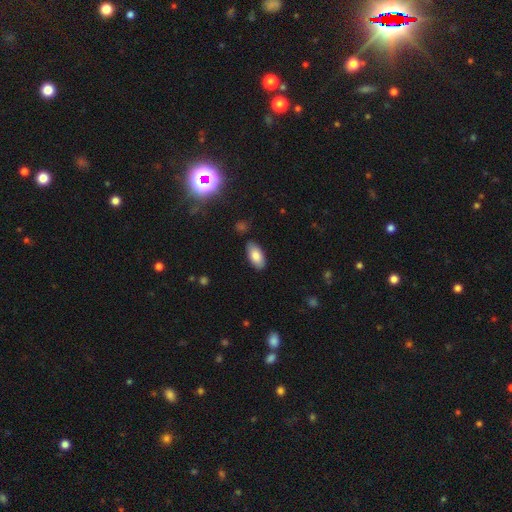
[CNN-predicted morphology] A smooth galaxy with no disk features (82%) that is in between round and cigar-shaped (92%).

Vote fractions:
- Smooth or featured? smooth: 82% / featured or disk: 11% / star or artifact: 7%
- How rounded? in between: 92% / cigar-shaped: 6% / round: 2%
- Merging? none: 85% / minor disturbance: 11% / major disturbance: 2% / merger: 2%